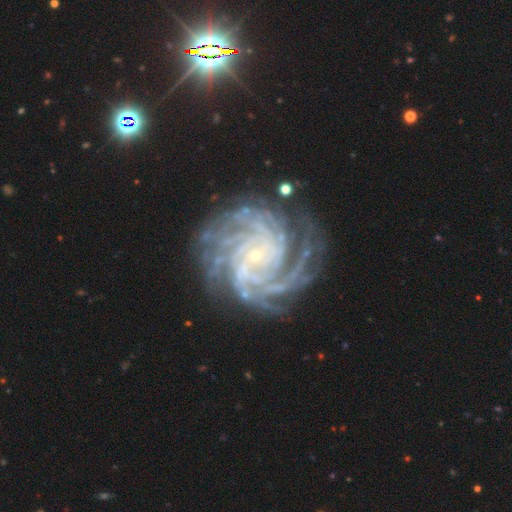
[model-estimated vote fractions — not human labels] featured or disk 92%, star or artifact 5%, smooth 3%. Down the decision tree: edge-on disk — no (98%); bar — no (67%); spiral arms — yes (99%); spiral arm count — more than 4 (34%); spiral winding — tight (74%); bulge size — small (88%); merging — none (78%).